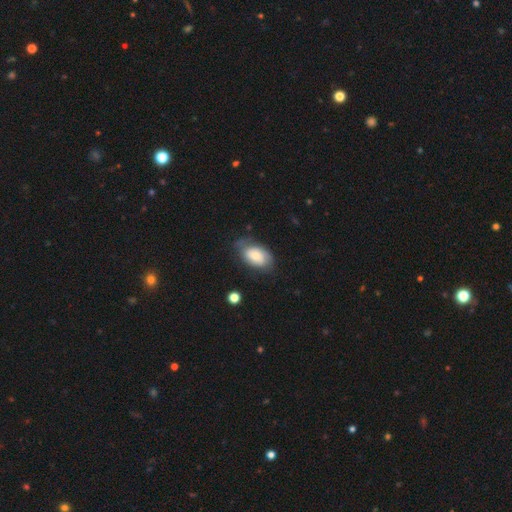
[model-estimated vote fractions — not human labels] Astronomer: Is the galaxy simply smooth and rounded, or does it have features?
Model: smooth — 62%.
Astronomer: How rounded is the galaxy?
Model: in between — 90%.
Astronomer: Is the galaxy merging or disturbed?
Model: none — 59%.